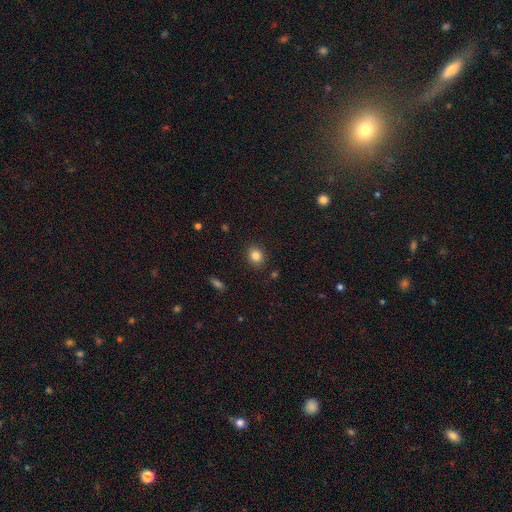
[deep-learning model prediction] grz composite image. It shows a smooth galaxy with no disk features (83%) that is round (69%). Merging: none (89%).